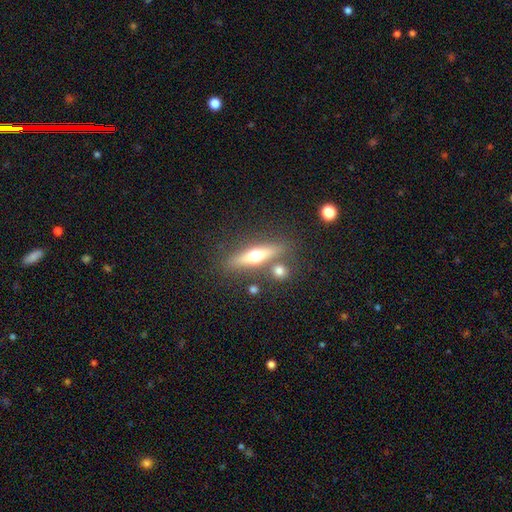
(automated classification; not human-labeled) featured or disk 52%, smooth 40%, star or artifact 7%. Down the decision tree: edge-on disk — yes (89%); merging — none (74%).